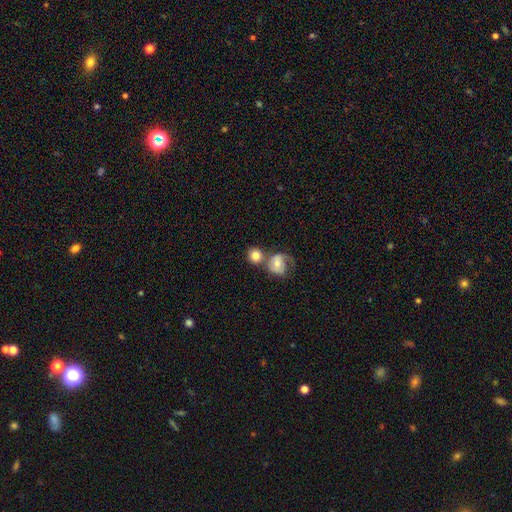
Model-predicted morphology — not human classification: A smooth galaxy with no disk features (74%) that is round (83%).

Vote fractions:
- Smooth or featured? smooth: 74% / featured or disk: 19% / star or artifact: 7%
- How rounded? round: 83% / in between: 16% / cigar-shaped: 1%
- Merging? none: 44% / merger: 40% / minor disturbance: 9% / major disturbance: 6%